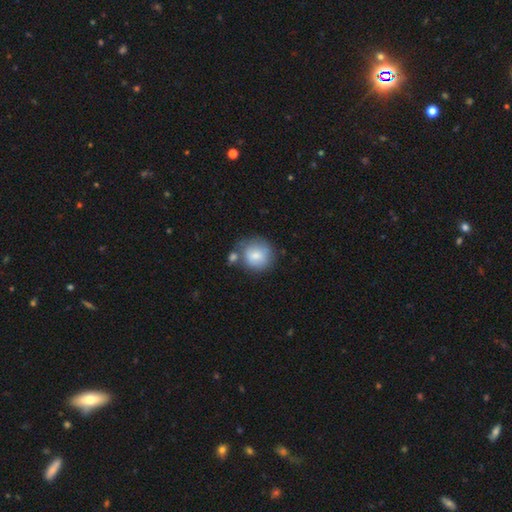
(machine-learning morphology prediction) smooth 80%, featured or disk 13%, star or artifact 7%. Down the decision tree: how rounded — round (88%); merging — none (53%).